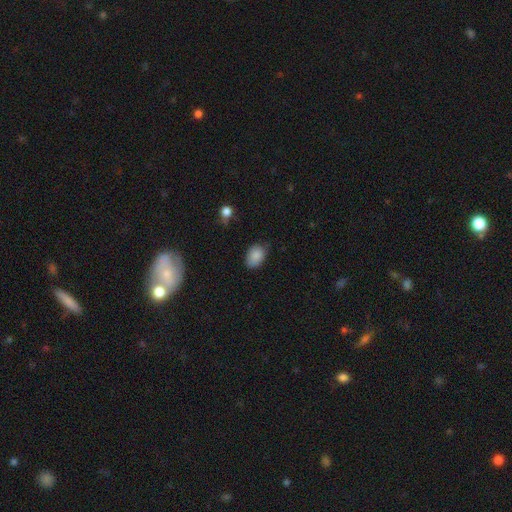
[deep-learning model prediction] Smooth or featured: smooth — 87% (star or artifact — 8%)
How rounded: in between — 78% (round — 21%)
Merging: none — 68% (minor disturbance — 25%)